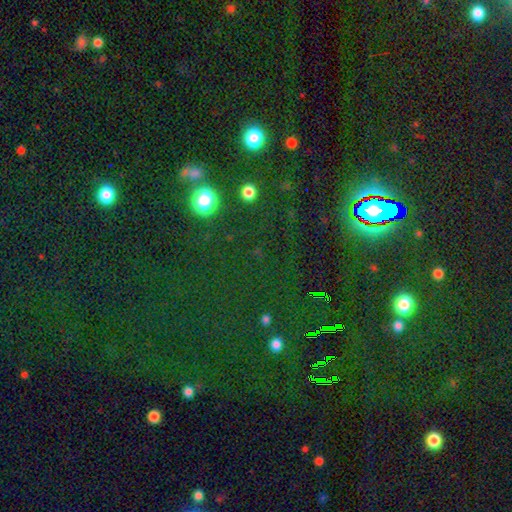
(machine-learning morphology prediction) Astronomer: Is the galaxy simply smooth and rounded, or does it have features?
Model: star or artifact — 73%.